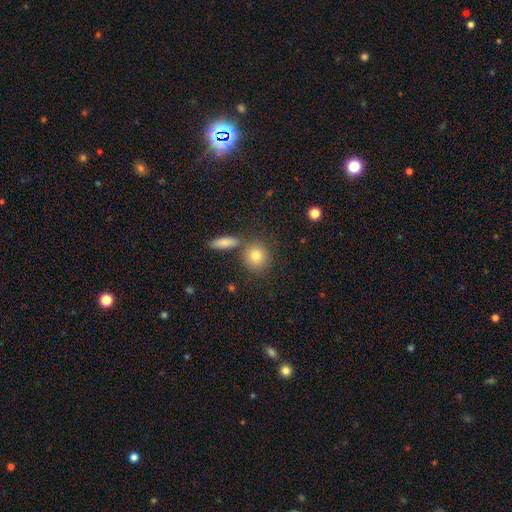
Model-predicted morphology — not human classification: smooth 79%, featured or disk 11%, star or artifact 10%. Down the decision tree: how rounded — round (85%); merging — none (74%).